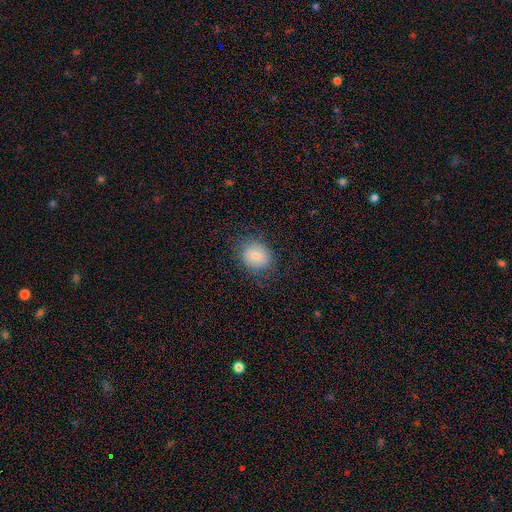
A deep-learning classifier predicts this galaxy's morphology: Smooth or featured? smooth (76%)
How rounded? round (72%)
Merging? none (76%)